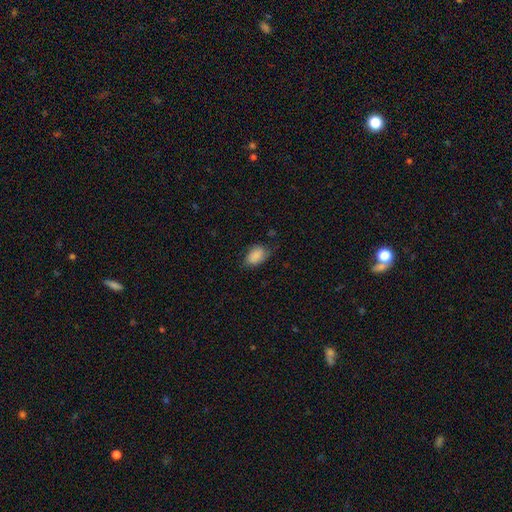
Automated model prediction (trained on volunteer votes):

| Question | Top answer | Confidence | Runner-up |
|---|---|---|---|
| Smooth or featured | smooth | 81% | featured or disk (11%) |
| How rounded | in between | 90% | round (8%) |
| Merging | none | 60% | minor disturbance (29%) |